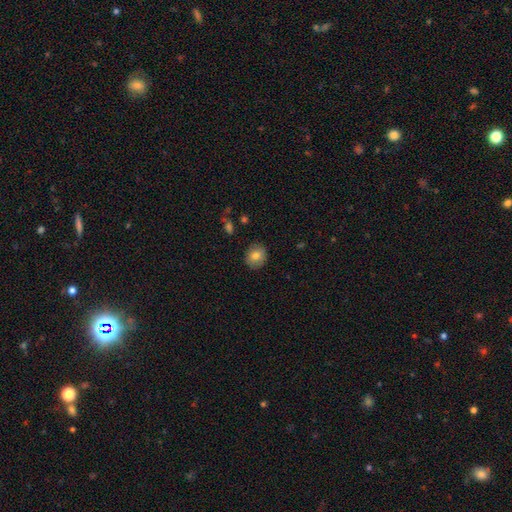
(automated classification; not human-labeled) smooth-or-featured: smooth: 78% | featured or disk: 13% | star or artifact: 9%
  how-rounded: round: 75% | in between: 24% | cigar-shaped: 1%
  merging: none: 87% | minor disturbance: 9% | major disturbance: 2% | merger: 1%